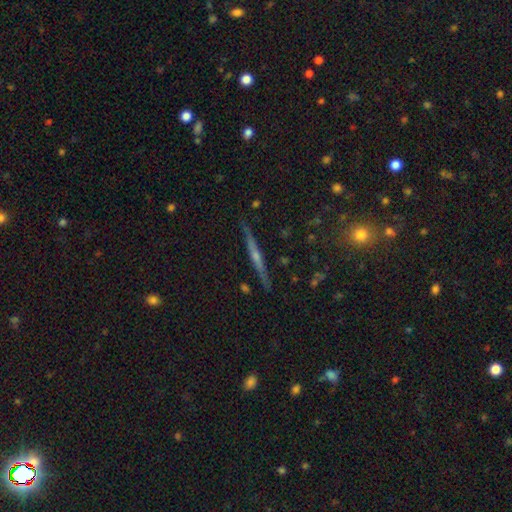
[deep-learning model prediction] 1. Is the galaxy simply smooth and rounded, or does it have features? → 75% featured or disk, 17% smooth, 8% star or artifact.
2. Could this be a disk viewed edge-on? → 98% yes, 2% no.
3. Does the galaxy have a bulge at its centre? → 72% rounded, 20% none, 8% boxy.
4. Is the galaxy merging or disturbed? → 90% none, 8% minor disturbance, 1% major disturbance, 1% merger.